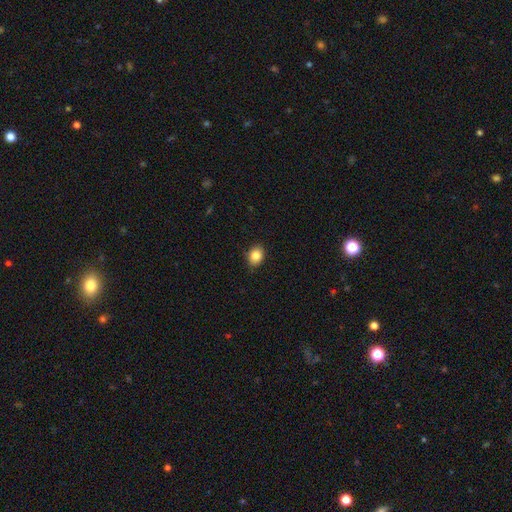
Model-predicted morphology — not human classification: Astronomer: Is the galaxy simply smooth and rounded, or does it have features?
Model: smooth — 85%.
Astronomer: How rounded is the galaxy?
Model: in between — 58% (runner-up: round, 41%).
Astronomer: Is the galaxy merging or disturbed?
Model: none — 87%.